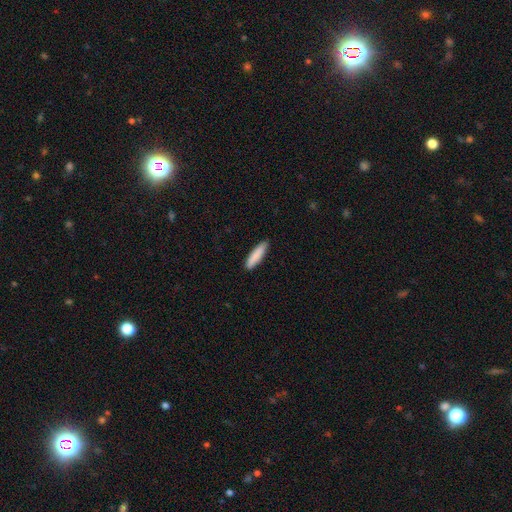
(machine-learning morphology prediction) smooth-or-featured: smooth: 87% | featured or disk: 8% | star or artifact: 6%
  how-rounded: cigar-shaped: 74% | in between: 25% | round: 1%
  merging: none: 88% | minor disturbance: 10% | major disturbance: 2% | merger: 1%